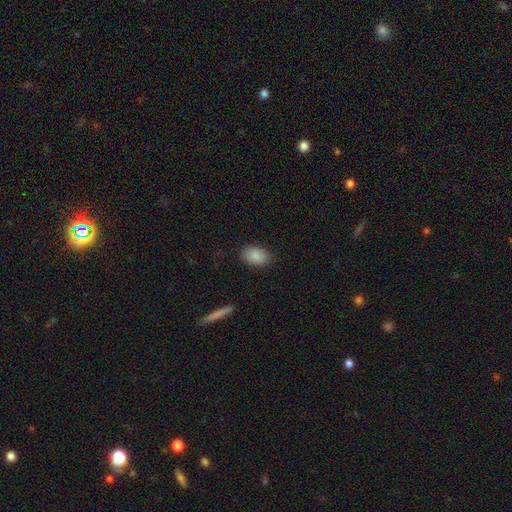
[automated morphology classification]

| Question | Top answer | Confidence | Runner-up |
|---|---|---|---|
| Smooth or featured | smooth | 88% | star or artifact (7%) |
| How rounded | in between | 86% | round (12%) |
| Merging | none | 85% | minor disturbance (11%) |